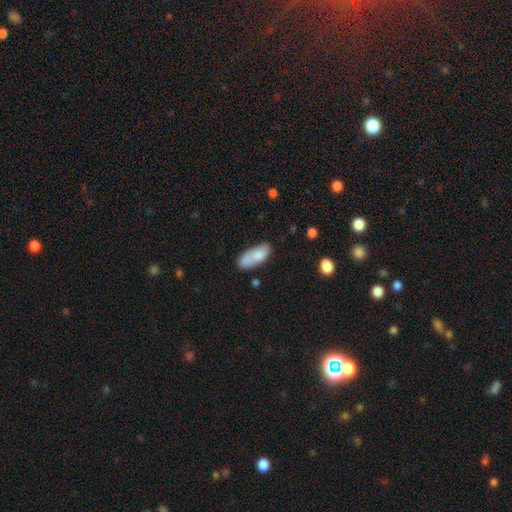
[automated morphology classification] smooth-or-featured: smooth: 77% | featured or disk: 16% | star or artifact: 7%
  how-rounded: in between: 86% | cigar-shaped: 11% | round: 3%
  merging: none: 44% | merger: 25% | minor disturbance: 23% | major disturbance: 9%